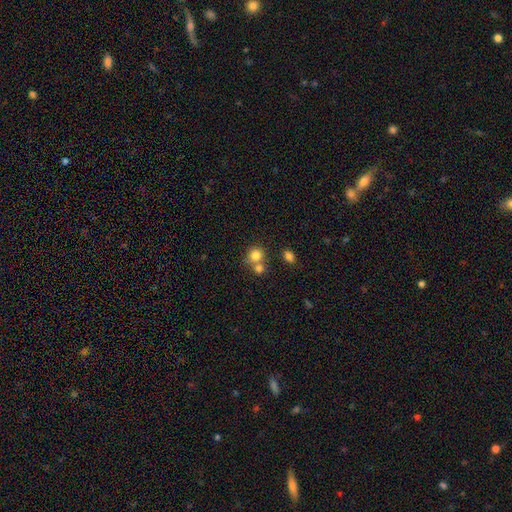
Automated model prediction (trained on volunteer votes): smooth 81%, star or artifact 11%, featured or disk 8%. Down the decision tree: how rounded — round (80%); merging — none (48%).